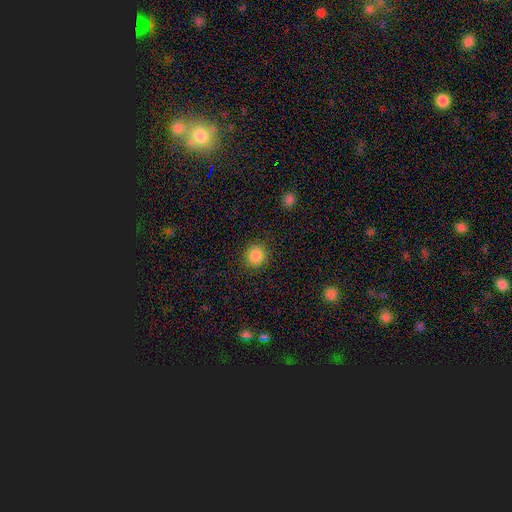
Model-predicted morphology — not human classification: Smooth or featured: smooth — 86% (star or artifact — 10%)
How rounded: round — 91% (in between — 8%)
Merging: none — 90% (minor disturbance — 7%)